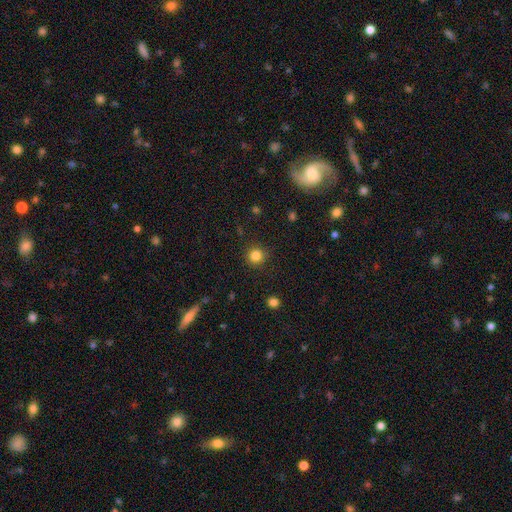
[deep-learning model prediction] The model was most divided on "smooth or featured": smooth: 83%, star or artifact: 12%, featured or disk: 4%. More confident: how rounded — round (94%); merging — none (90%).